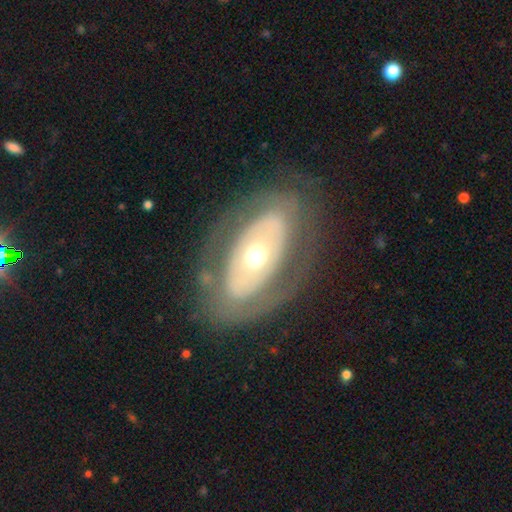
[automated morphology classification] This appears to be a featured or disk galaxy (64%) with no bar (83%), no spiral arms (76%) and a moderate central bulge (67%). Merging: none (75%).